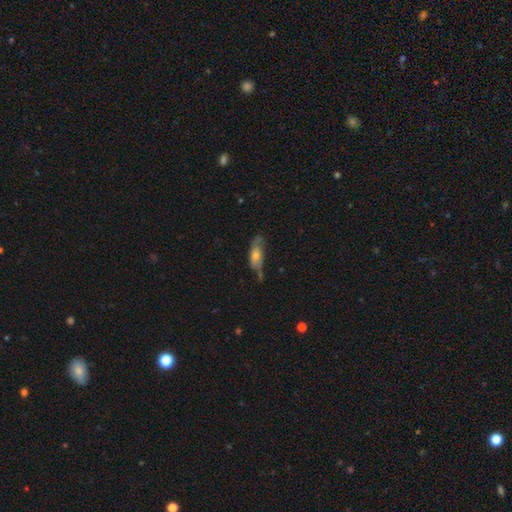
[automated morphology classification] This is possibly a featured or disk galaxy (50%). Merging: possibly none (46%).